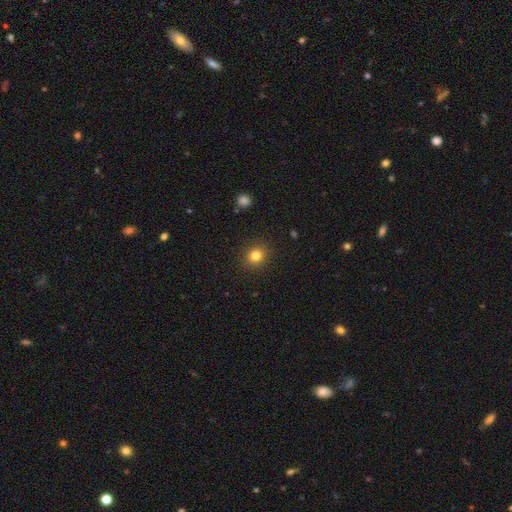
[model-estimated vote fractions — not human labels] A smooth galaxy with no disk features (82%) that is round (76%).

Vote fractions:
- Smooth or featured? smooth: 82% / star or artifact: 12% / featured or disk: 6%
- How rounded? round: 76% / in between: 23% / cigar-shaped: 1%
- Merging? none: 90% / minor disturbance: 7% / major disturbance: 2% / merger: 1%